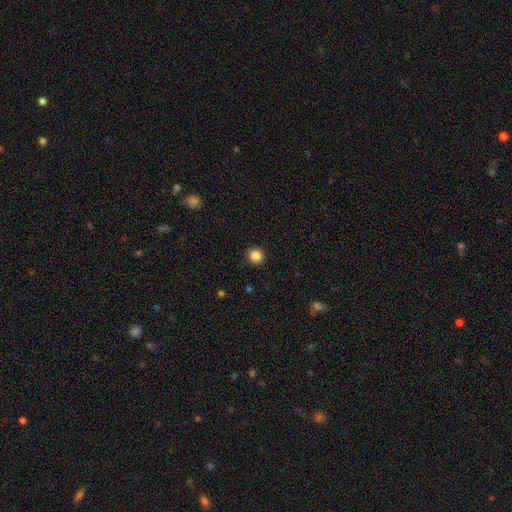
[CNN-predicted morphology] A smooth galaxy with no disk features (86%) that is round (95%). Merging: none (93%).